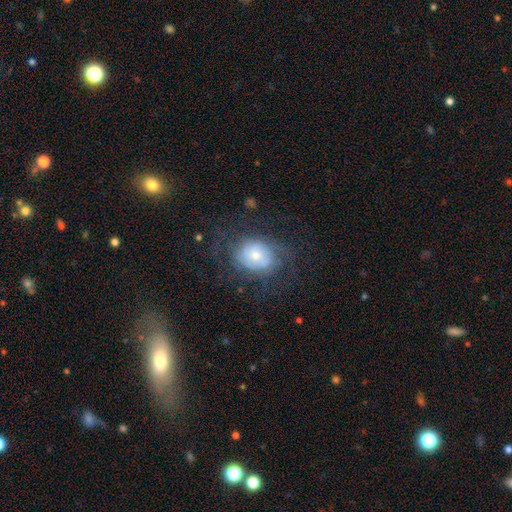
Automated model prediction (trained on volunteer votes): smooth-or-featured: featured or disk: 52% | smooth: 38% | star or artifact: 10%
  disk-edge-on: no: 96% | yes: 4%
    bar: no: 78% | weak: 18% | strong: 4%
    has-spiral-arms: yes: 72% | no: 28%
    bulge-size: small: 44% | moderate: 42% | large: 10% | dominant: 3% | none: 2%
  merging: none: 61% | major disturbance: 19% | minor disturbance: 19% | merger: 1%